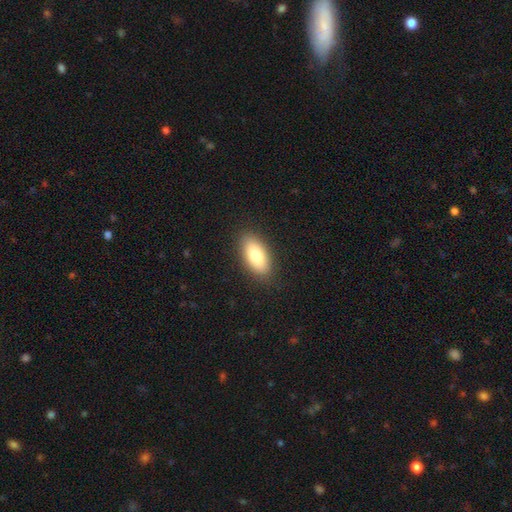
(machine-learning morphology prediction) smooth-or-featured: smooth: 79% | featured or disk: 14% | star or artifact: 7%
  how-rounded: in between: 90% | cigar-shaped: 8% | round: 3%
  merging: none: 87% | minor disturbance: 9% | major disturbance: 2% | merger: 1%